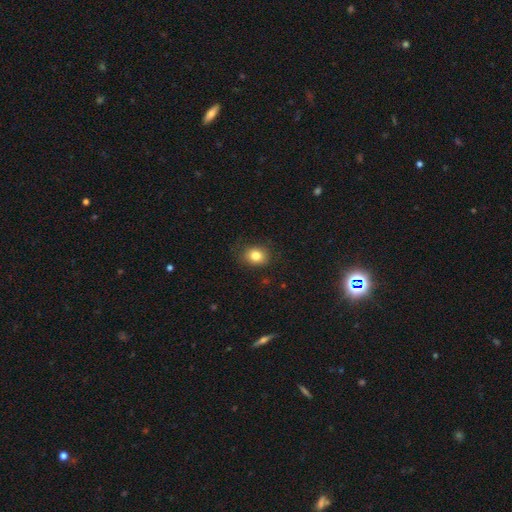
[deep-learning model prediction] Morphology: type=smooth (82%); roundness=round (58%); merging=none (82%).